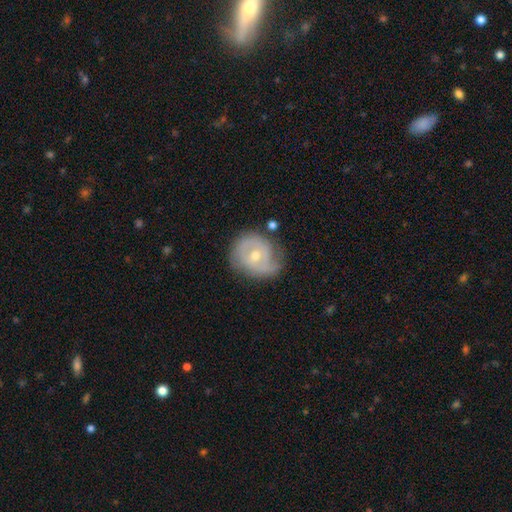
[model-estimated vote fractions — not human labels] Smooth or featured? Predicted: featured or disk (p=0.67). Edge-on disk? Predicted: no (p=0.97). Bar? Predicted: no (p=0.61). Spiral arms? Predicted: yes (p=0.78). Spiral winding? Predicted: tight (p=0.49). Spiral arm count? Predicted: 2 (p=0.51). Bulge size? Predicted: moderate (p=0.52). Merging? Predicted: none (p=0.59).